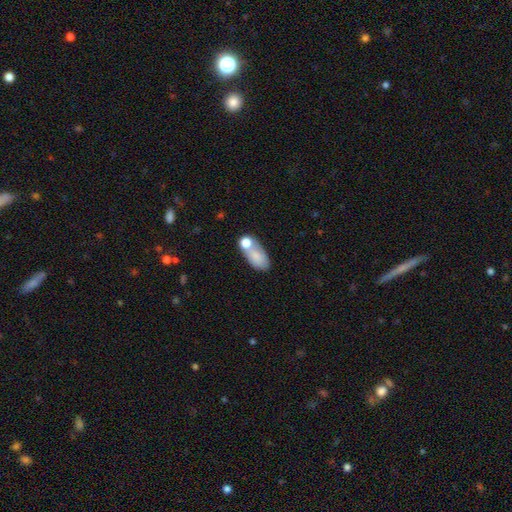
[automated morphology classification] This appears to be a smooth galaxy with no disk features (76%) that is in between round and cigar-shaped (88%). Merging: none (42%).